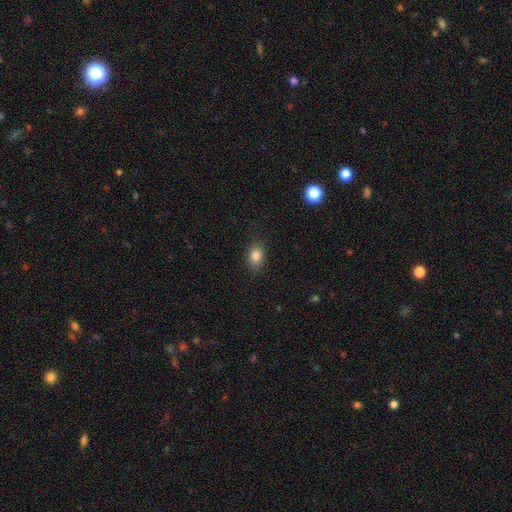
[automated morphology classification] Overall: smooth (83%). How rounded: in between (71%). Merging: none (84%).